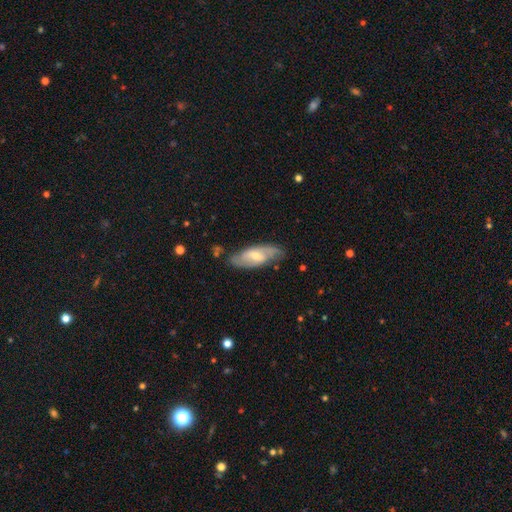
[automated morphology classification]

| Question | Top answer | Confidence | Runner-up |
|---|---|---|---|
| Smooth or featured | featured or disk | 62% | smooth (32%) |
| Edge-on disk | no | 86% | yes (14%) |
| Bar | weak | 51% | no (25%) |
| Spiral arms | yes | 80% | no (20%) |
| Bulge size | moderate | 52% | small (41%) |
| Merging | none | 75% | minor disturbance (18%) |